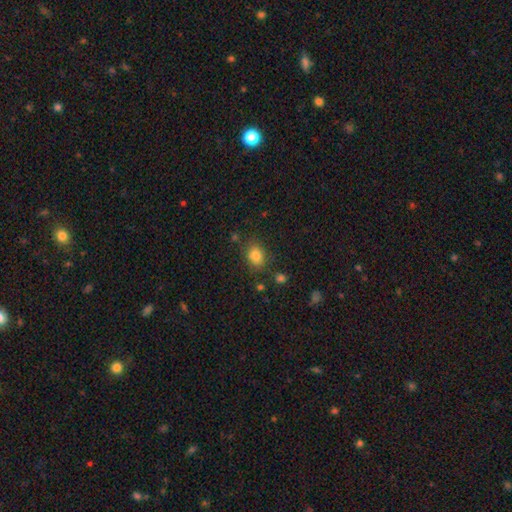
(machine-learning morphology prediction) type=smooth (82%); roundness=in between (64%); merging=none (76%).